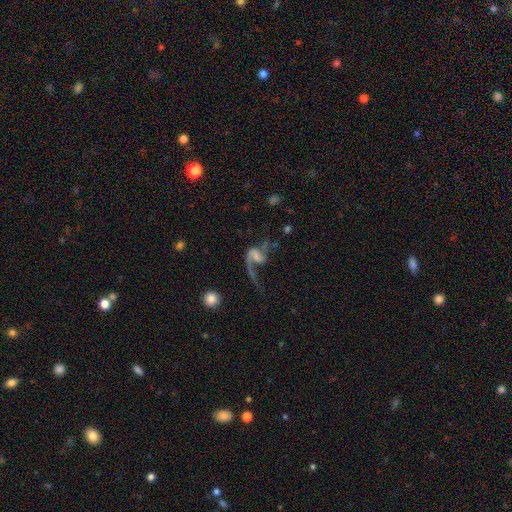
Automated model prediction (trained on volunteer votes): Overall: featured or disk (74%). Edge-on disk: no (97%). Bar: no (46%; weak 38%). Spiral arms: yes (88%). Spiral arm count: 1 (50%; 2 44%). Spiral winding: loose (77%). Bulge size: small (38%; none 32%). Merging: major disturbance (51%; none 29%).